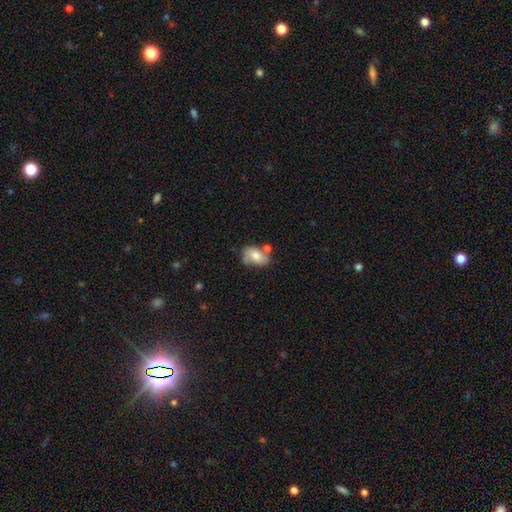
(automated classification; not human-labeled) smooth 66%, featured or disk 25%, star or artifact 8%. Down the decision tree: how rounded — in between (83%); merging — none (51%).